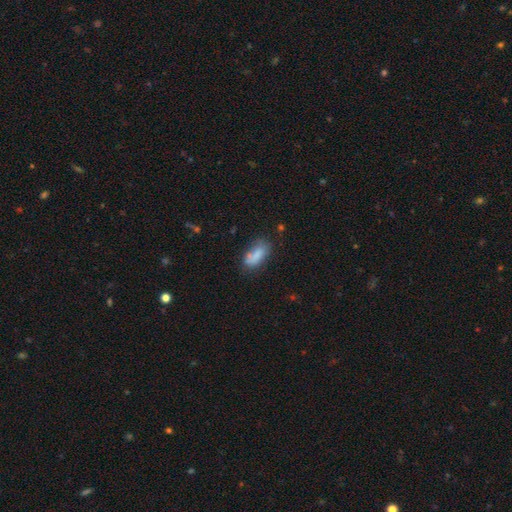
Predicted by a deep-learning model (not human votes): smooth-or-featured: smooth: 79% | featured or disk: 12% | star or artifact: 9%
  how-rounded: in between: 87% | cigar-shaped: 9% | round: 3%
  merging: none: 53% | minor disturbance: 28% | major disturbance: 11% | merger: 8%